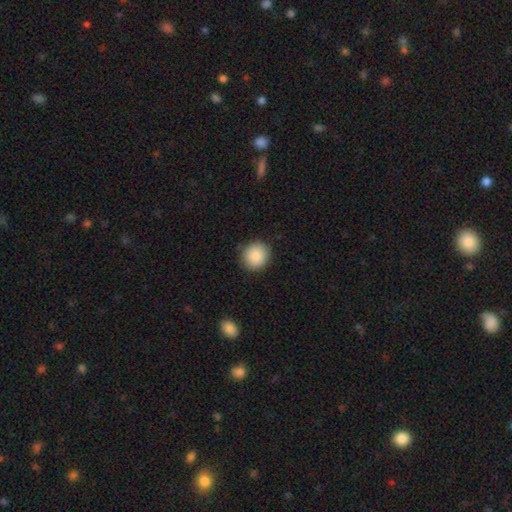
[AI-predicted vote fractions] A smooth galaxy with no disk features (89%) that is round (88%). Merging: none (88%).